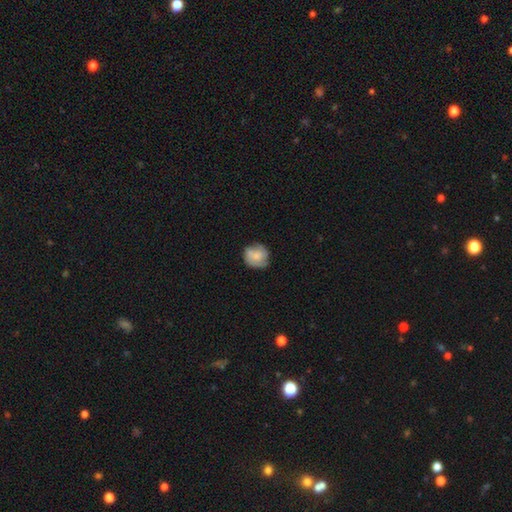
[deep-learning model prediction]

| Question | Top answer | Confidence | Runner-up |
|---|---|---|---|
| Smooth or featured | smooth | 62% | featured or disk (31%) |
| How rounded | round | 84% | in between (15%) |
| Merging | none | 64% | minor disturbance (25%) |